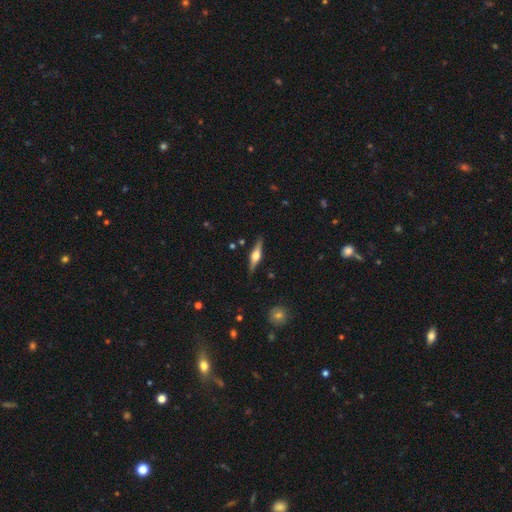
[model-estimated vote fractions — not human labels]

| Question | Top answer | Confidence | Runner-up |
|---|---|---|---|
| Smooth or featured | featured or disk | 74% | smooth (21%) |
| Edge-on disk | yes | 97% | no (3%) |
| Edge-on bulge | rounded | 90% | boxy (8%) |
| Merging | none | 89% | minor disturbance (8%) |